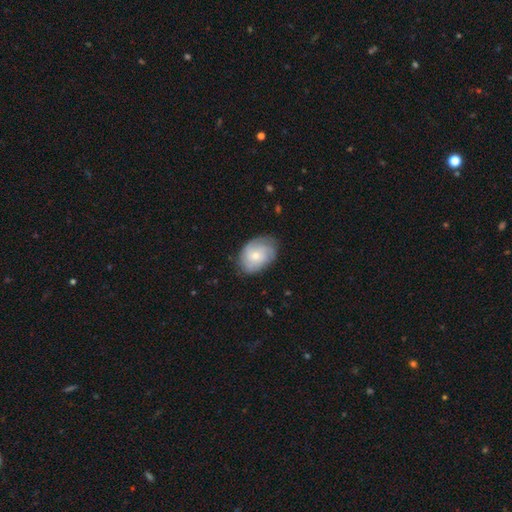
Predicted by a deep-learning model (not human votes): A featured or disk galaxy (57%) with no bar (79%), spiral arms (87%) and a small central bulge (59%).

Vote fractions:
- Smooth or featured? featured or disk: 57% / smooth: 37% / star or artifact: 7%
- Edge-on disk? no: 96% / yes: 4%
- Bar? no: 79% / weak: 18% / strong: 2%
- Spiral arms? yes: 87% / no: 13%
- Bulge size? small: 59% / moderate: 37% / large: 2% / none: 1% / dominant: 1%
- Merging? none: 73% / minor disturbance: 20% / major disturbance: 6% / merger: 1%